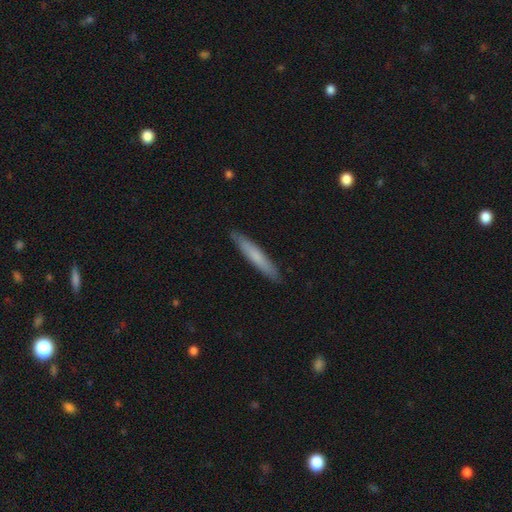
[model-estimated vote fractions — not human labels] The model was most divided on "smooth or featured": smooth: 70%, featured or disk: 25%, star or artifact: 6%. More confident: how rounded — cigar-shaped (94%); merging — none (90%).